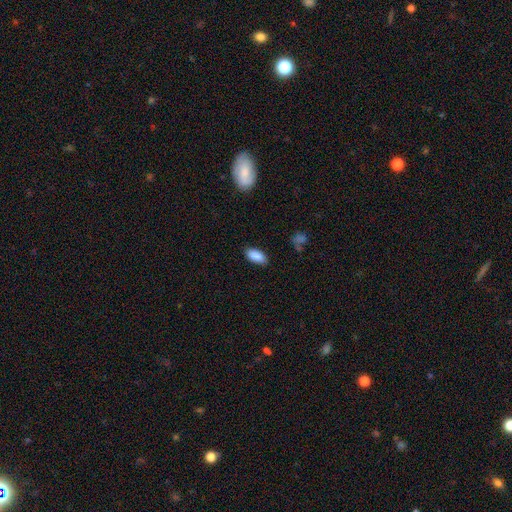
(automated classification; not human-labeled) A smooth galaxy with no disk features (89%) that is in between round and cigar-shaped (89%). Merging: none (85%).